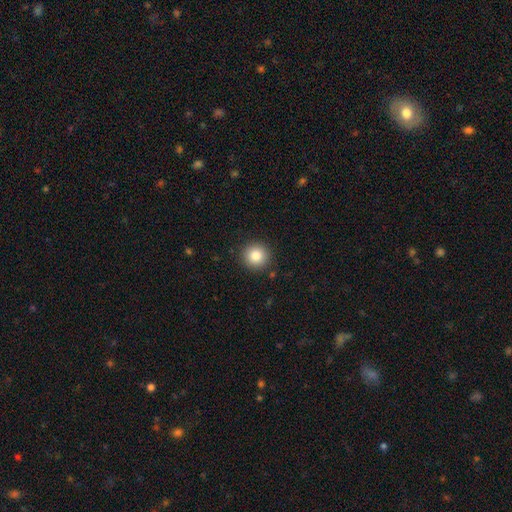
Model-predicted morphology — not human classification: A smooth galaxy with no disk features (83%) that is round (94%). Merging: none (91%).